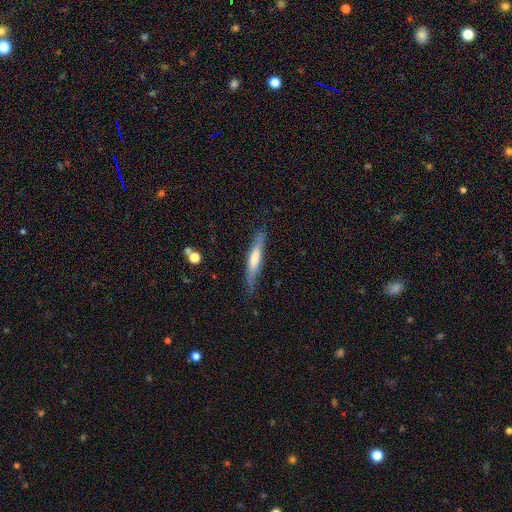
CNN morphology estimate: smooth 48%, featured or disk 46%, star or artifact 6%. Down the decision tree: merging — none (82%).